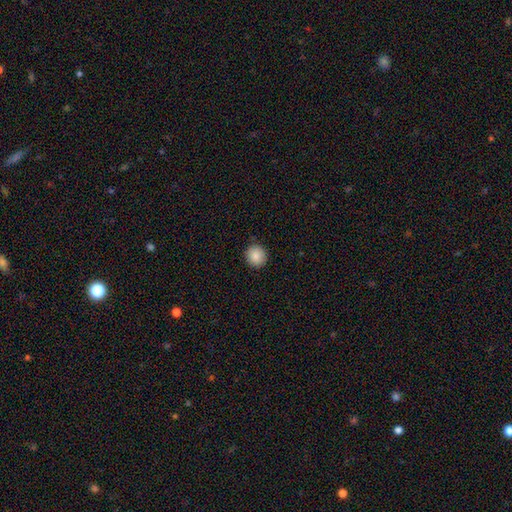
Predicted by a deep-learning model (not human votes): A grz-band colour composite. It shows a smooth galaxy with no disk features (88%) that is round (90%). Merging: none (91%).